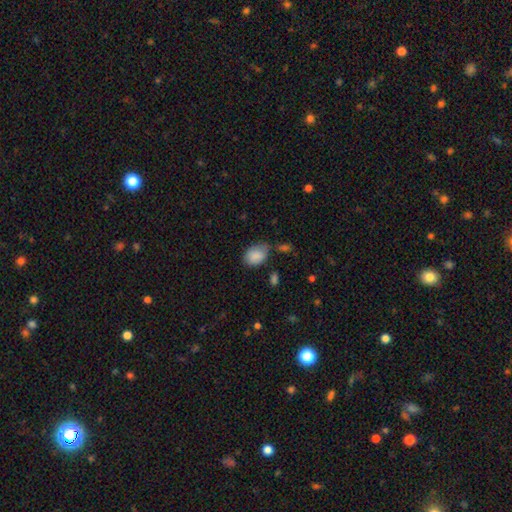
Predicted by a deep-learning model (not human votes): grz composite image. It shows a smooth galaxy with no disk features (87%) that is in between round and cigar-shaped (75%). Merging: none (56%).